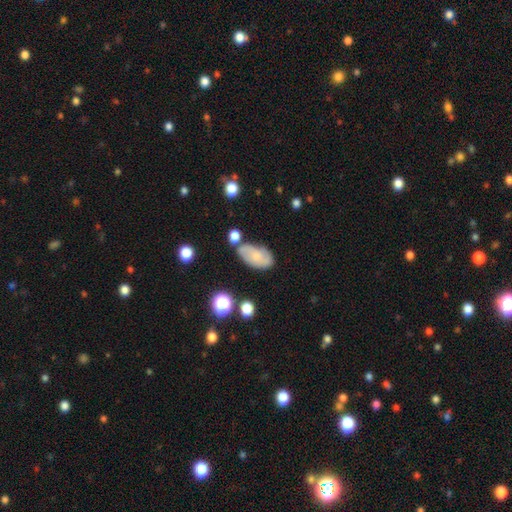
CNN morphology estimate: Smooth or featured?
  - smooth: 58% *
  - featured or disk: 33%
  - star or artifact: 9%
How rounded?
  - in between: 92% *
  - round: 5%
  - cigar-shaped: 3%
Merging?
  - none: 63% *
  - minor disturbance: 20%
  - merger: 10%
  - major disturbance: 6%